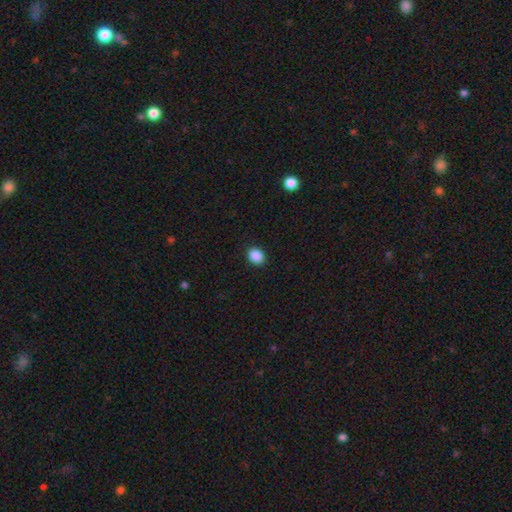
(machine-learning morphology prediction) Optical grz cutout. It shows a smooth galaxy with no disk features (88%) that is round (51%). Merging: none (91%).